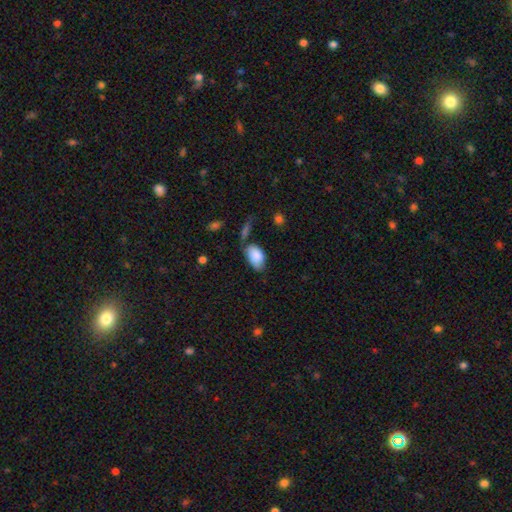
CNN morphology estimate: Overall: smooth (85%). How rounded: in between (93%). Merging: none (55%; minor disturbance 28%).